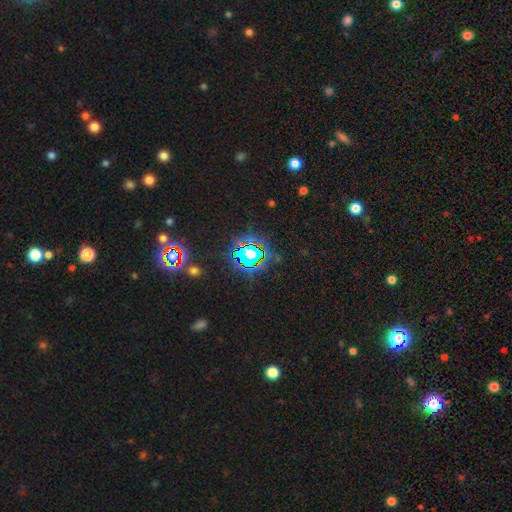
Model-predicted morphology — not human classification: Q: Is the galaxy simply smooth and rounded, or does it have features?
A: star or artifact — 73%.